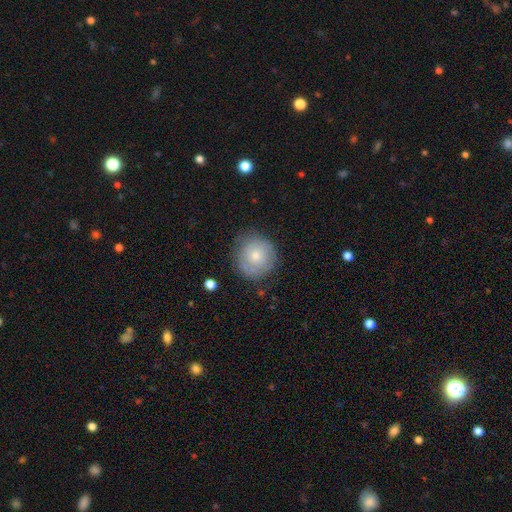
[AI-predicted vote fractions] Smooth or featured: smooth — 56% (featured or disk — 36%)
How rounded: round — 90% (in between — 9%)
Merging: none — 77% (minor disturbance — 16%)